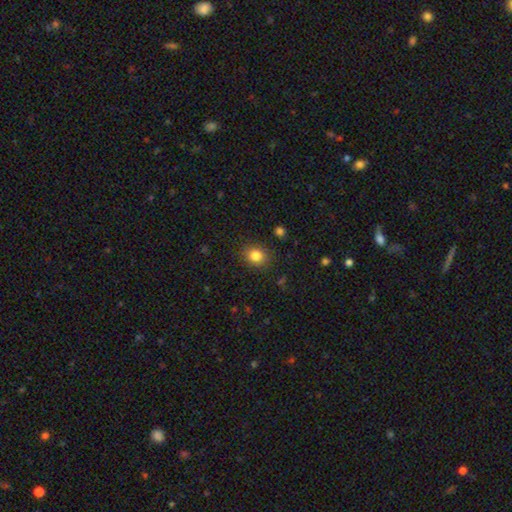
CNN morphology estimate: This appears to be a smooth galaxy with no disk features (83%) that is round (70%). Merging: none (88%).